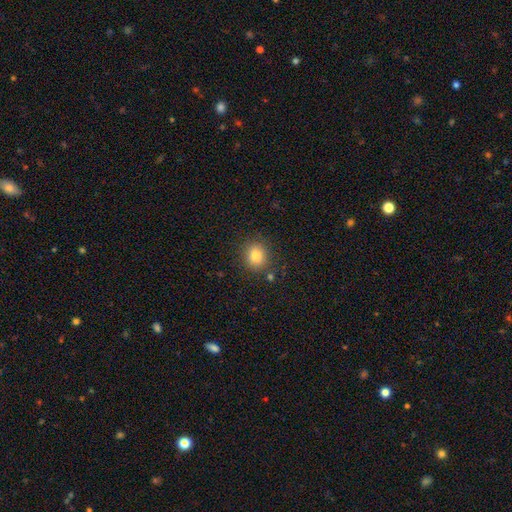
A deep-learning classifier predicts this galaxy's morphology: type=smooth (83%); roundness=round (68%); merging=none (83%).